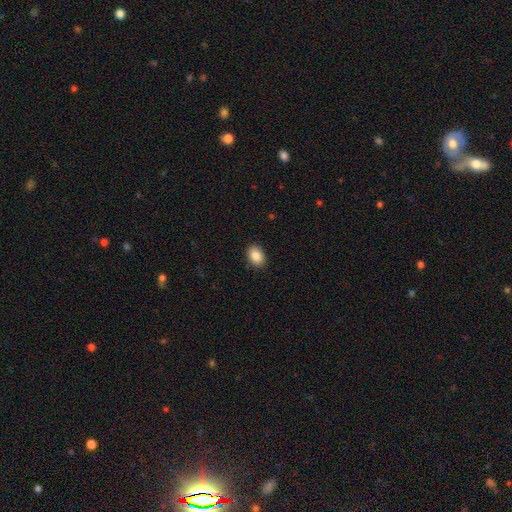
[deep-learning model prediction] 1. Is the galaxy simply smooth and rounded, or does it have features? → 88% smooth, 8% star or artifact, 4% featured or disk.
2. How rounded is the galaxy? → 80% in between, 19% round, 1% cigar-shaped.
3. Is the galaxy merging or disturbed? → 89% none, 8% minor disturbance, 2% major disturbance, 1% merger.